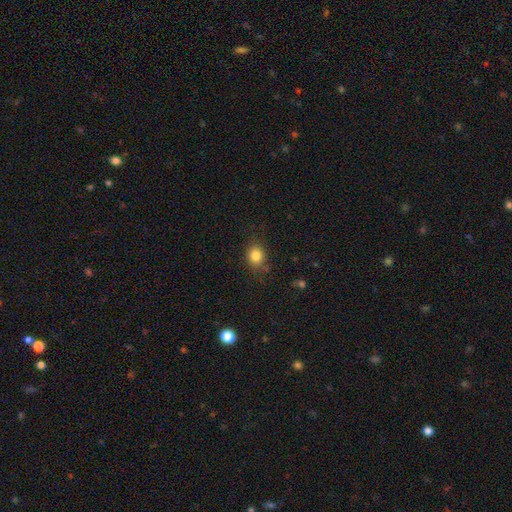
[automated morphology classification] Overall: smooth (83%). How rounded: round (56%; in between 43%). Merging: none (78%).